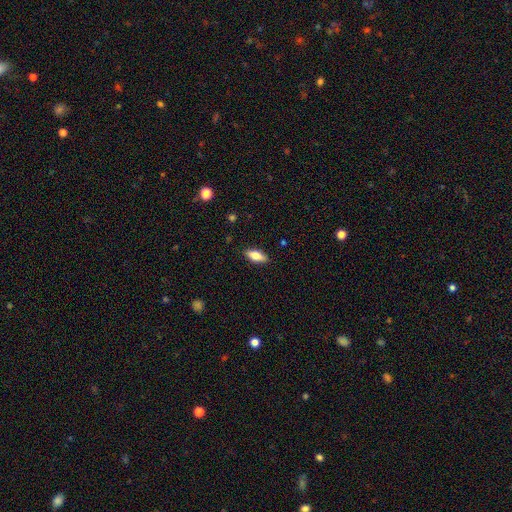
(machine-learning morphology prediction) Smooth or featured? smooth (74%)
How rounded? in between (78%)
Merging? none (87%)